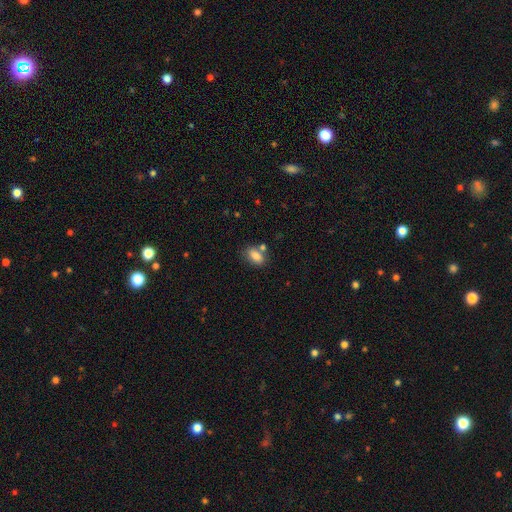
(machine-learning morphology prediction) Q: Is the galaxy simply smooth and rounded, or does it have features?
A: smooth — 83%.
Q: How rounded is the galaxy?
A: in between — 87%.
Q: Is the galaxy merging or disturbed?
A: none — 64%.